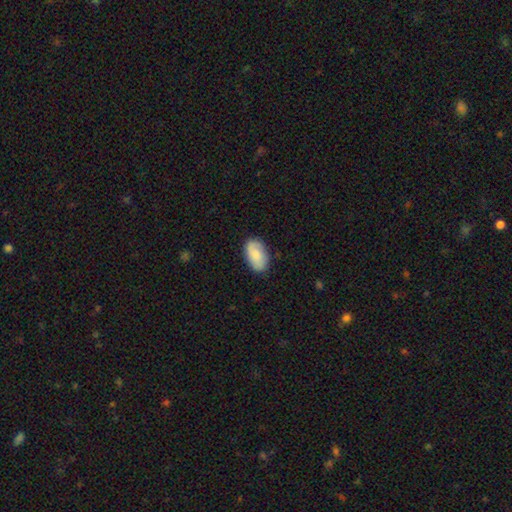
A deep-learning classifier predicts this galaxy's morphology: The model was most divided on "smooth or featured": smooth: 74%, featured or disk: 19%, star or artifact: 7%. More confident: how rounded — in between (93%); merging — none (84%).